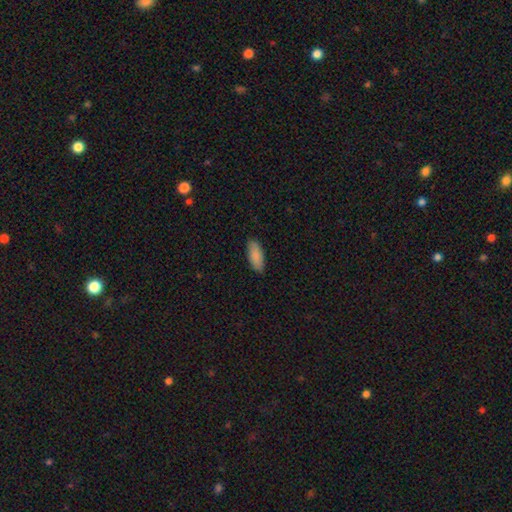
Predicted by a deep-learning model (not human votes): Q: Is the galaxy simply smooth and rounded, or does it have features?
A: smooth — 89%.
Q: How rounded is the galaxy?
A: in between — 80%.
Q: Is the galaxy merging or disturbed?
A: none — 87%.